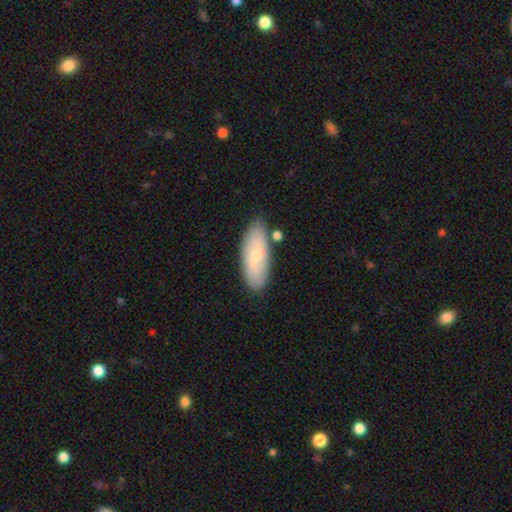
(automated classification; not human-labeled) Smooth or featured? smooth (62%)
How rounded? in between (75%)
Merging? none (77%)